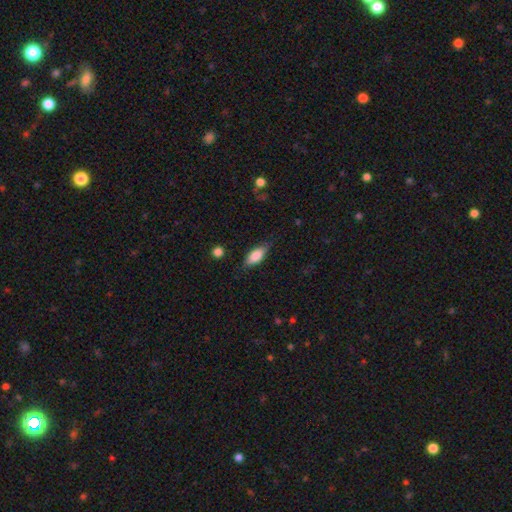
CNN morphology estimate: The model was most divided on "how rounded": in between: 79%, cigar-shaped: 18%, round: 3%. More confident: merging — none (79%); smooth or featured — smooth (78%).